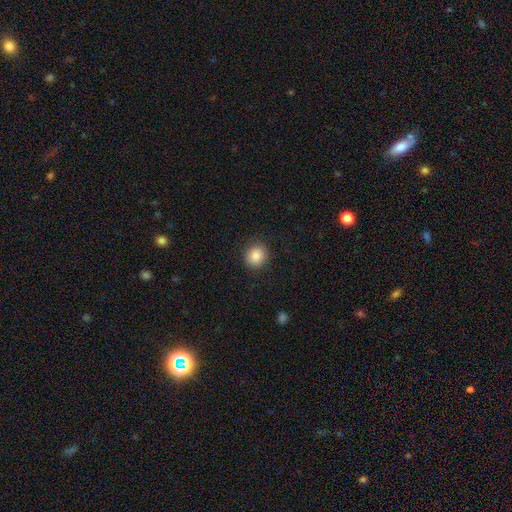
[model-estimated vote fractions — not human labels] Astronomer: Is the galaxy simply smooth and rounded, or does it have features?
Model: smooth — 87%.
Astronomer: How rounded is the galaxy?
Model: round — 84%.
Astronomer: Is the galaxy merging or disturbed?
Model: none — 88%.